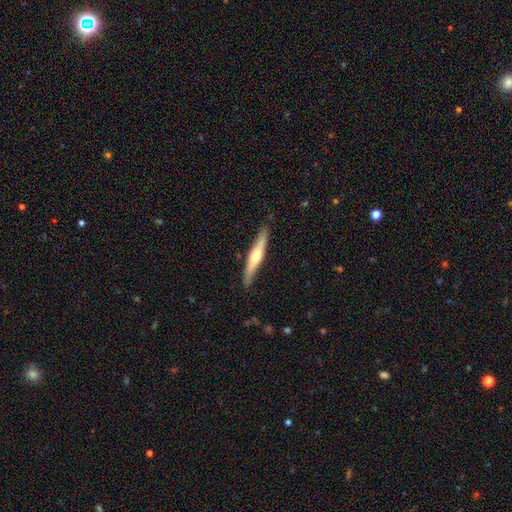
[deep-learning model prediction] A featured or disk galaxy (59%) viewed edge-on (95%) with a rounded central bulge (90%). Merging: none (87%).